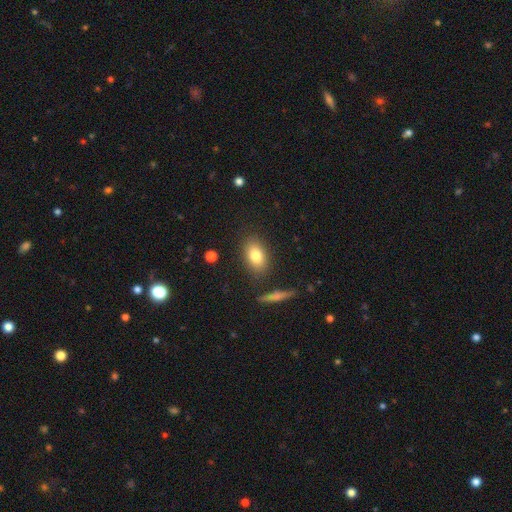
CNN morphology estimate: This appears to be a smooth galaxy with no disk features (80%) that is in between round and cigar-shaped (83%). Merging: none (82%).